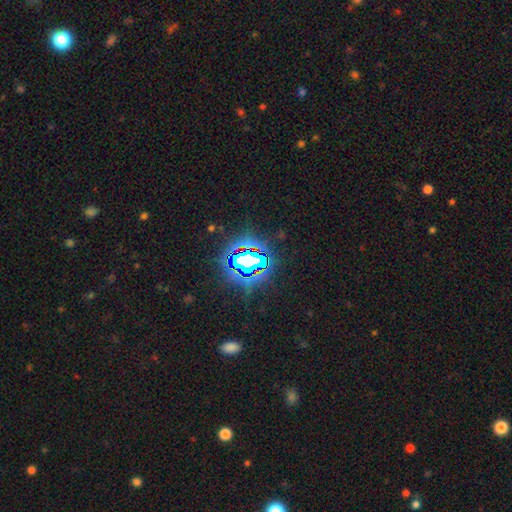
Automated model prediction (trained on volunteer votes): Smooth or featured?
  - star or artifact: 77% *
  - smooth: 12%
  - featured or disk: 10%